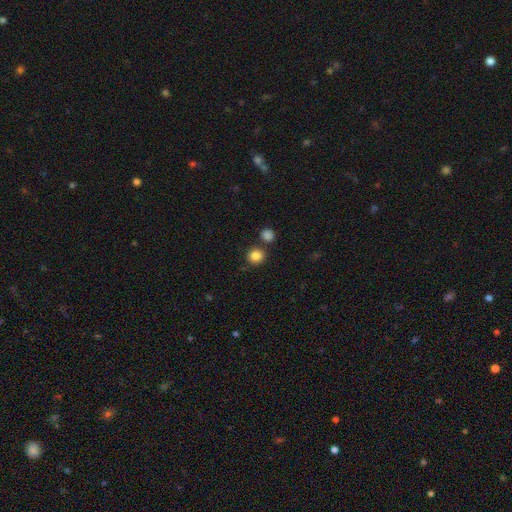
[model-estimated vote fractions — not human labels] smooth_or_featured: smooth (p=0.86) [alt: star or artifact p=0.10]
how_rounded: round (p=0.86) [alt: in between p=0.13]
merging: none (p=0.77) [alt: merger p=0.12]